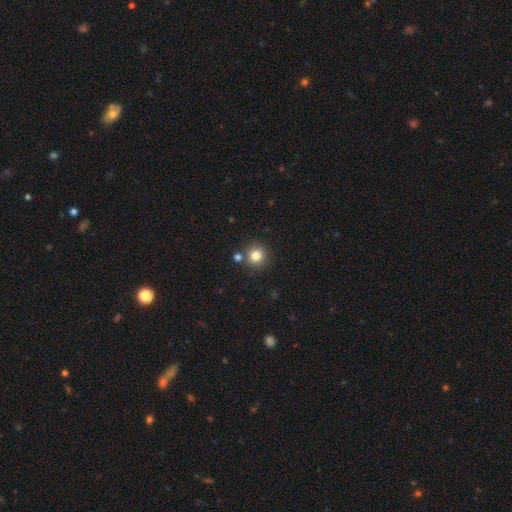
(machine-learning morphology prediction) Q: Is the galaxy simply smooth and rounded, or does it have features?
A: smooth — 81%.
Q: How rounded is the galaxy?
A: round — 92%.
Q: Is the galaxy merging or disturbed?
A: none — 79%.